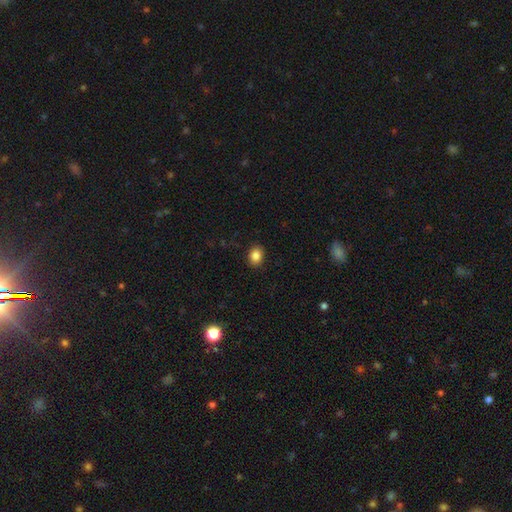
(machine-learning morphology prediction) Overall: smooth (86%). How rounded: in between (61%; round 38%). Merging: none (89%).